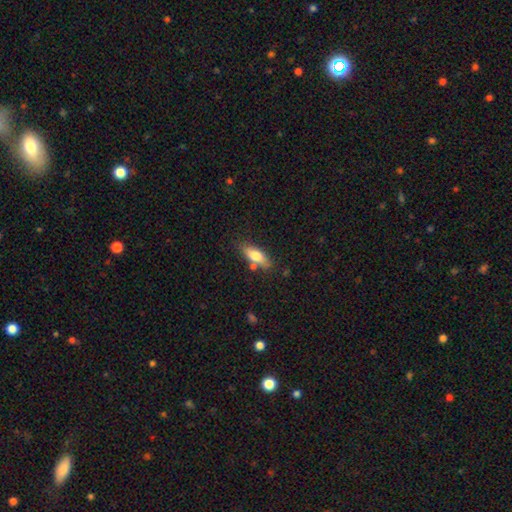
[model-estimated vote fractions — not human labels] Morphology: type=smooth (71%); roundness=in between (66%); merging=none (71%).